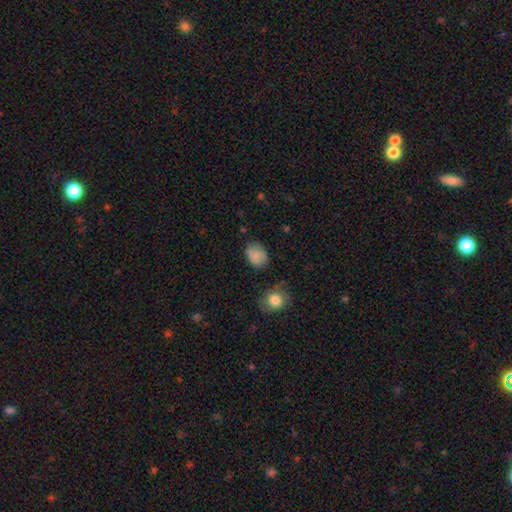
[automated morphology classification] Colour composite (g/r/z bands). It shows a smooth galaxy with no disk features (81%) that is in between round and cigar-shaped (65%). Merging: none (69%).